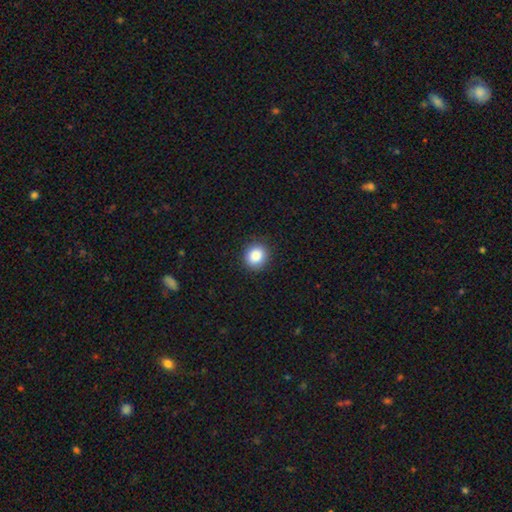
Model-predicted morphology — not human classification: Smooth or featured? Predicted: smooth (p=0.87). How rounded? Predicted: round (p=0.80). Merging? Predicted: none (p=0.89).